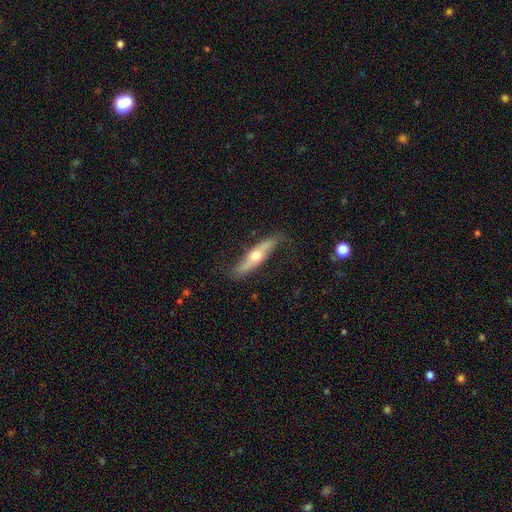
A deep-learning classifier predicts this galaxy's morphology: smooth-or-featured: featured or disk: 65% | smooth: 29% | star or artifact: 5%
  disk-edge-on: yes: 57% | no: 43%
  merging: none: 71% | minor disturbance: 21% | major disturbance: 6% | merger: 2%